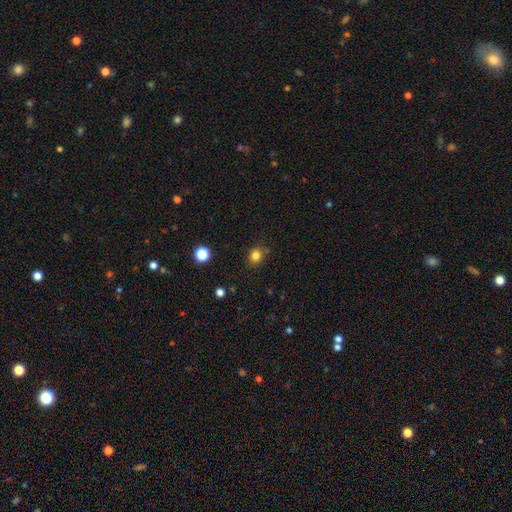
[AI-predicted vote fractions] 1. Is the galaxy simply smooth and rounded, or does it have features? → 82% smooth, 13% star or artifact, 5% featured or disk.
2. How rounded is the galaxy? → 80% round, 19% in between, 1% cigar-shaped.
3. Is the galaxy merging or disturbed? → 84% none, 11% minor disturbance, 3% major disturbance, 2% merger.